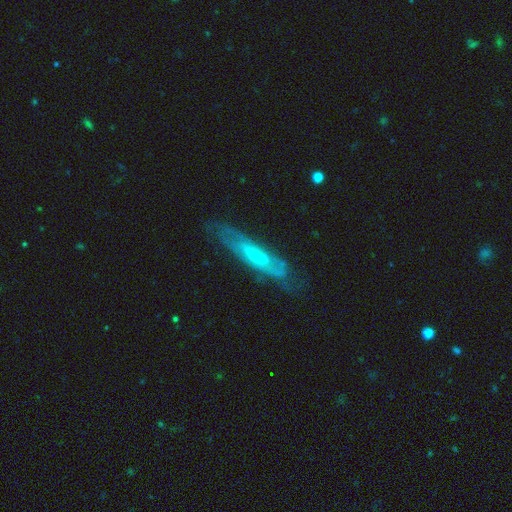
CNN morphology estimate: A featured or disk galaxy (69%).

Vote fractions:
- Smooth or featured? featured or disk: 69% / smooth: 24% / star or artifact: 6%
- Edge-on disk? no: 60% / yes: 40%
- Merging? none: 69% / minor disturbance: 21% / major disturbance: 8% / merger: 2%